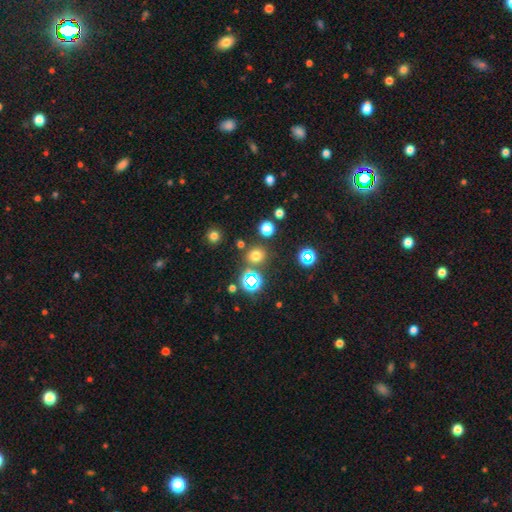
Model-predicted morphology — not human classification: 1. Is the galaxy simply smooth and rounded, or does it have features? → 64% smooth, 29% star or artifact, 7% featured or disk.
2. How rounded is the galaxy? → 87% round, 12% in between, 1% cigar-shaped.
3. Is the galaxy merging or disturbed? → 81% none, 8% minor disturbance, 7% merger, 3% major disturbance.